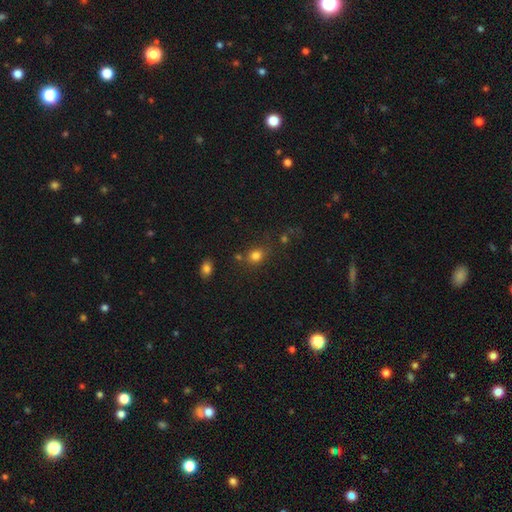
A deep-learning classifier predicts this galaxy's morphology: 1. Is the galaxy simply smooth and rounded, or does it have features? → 80% smooth, 14% star or artifact, 6% featured or disk.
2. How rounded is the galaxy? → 65% round, 33% in between, 1% cigar-shaped.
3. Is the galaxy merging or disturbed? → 69% none, 15% minor disturbance, 10% merger, 6% major disturbance.